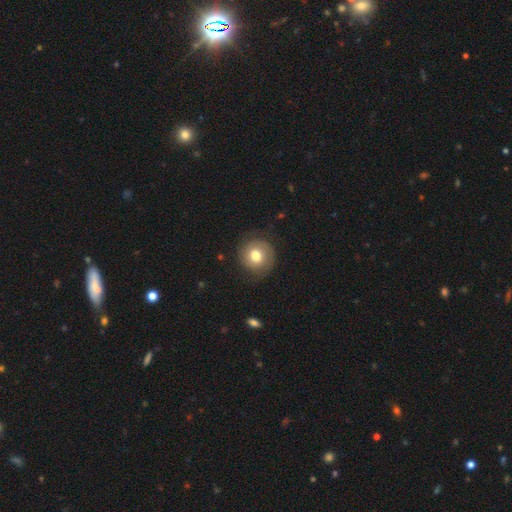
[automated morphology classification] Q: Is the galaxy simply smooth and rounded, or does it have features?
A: smooth — 72%.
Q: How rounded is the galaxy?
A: round — 90%.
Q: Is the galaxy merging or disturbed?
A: none — 80%.